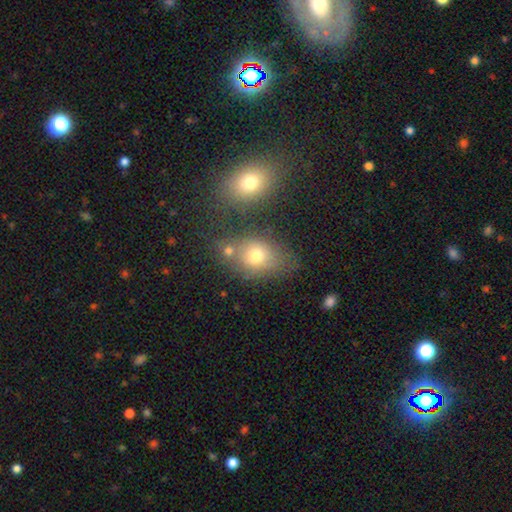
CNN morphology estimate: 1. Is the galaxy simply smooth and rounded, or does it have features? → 70% smooth, 15% featured or disk, 14% star or artifact.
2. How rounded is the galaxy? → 61% in between, 37% round, 2% cigar-shaped.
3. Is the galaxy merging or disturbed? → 54% none, 26% merger, 14% minor disturbance, 6% major disturbance.